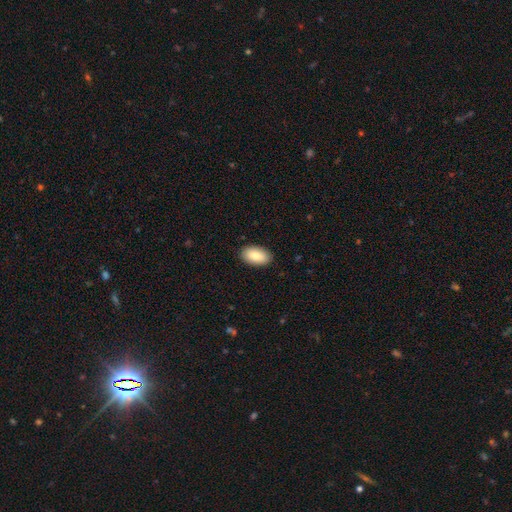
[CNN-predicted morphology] type=smooth (84%); roundness=in between (94%); merging=none (89%).